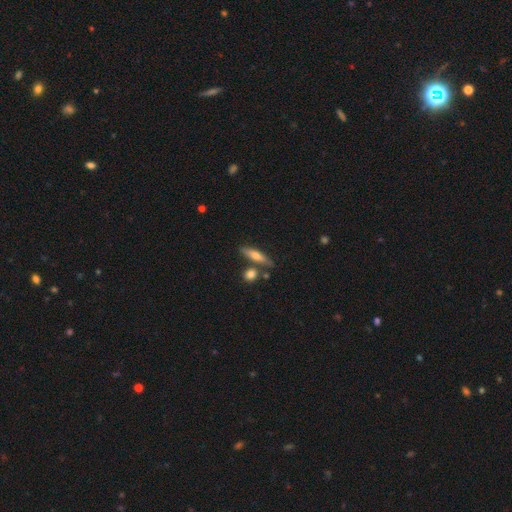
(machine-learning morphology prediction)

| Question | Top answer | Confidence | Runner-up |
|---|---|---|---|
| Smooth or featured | smooth | 57% | featured or disk (36%) |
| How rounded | cigar-shaped | 71% | in between (25%) |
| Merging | none | 71% | merger (13%) |